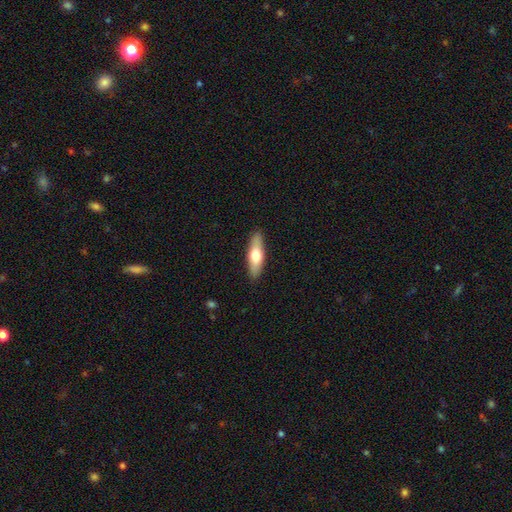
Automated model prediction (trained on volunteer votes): A smooth galaxy with no disk features (60%) that is cigar-shaped (54%).

Vote fractions:
- Smooth or featured? smooth: 60% / featured or disk: 35% / star or artifact: 5%
- How rounded? cigar-shaped: 54% / in between: 43% / round: 2%
- Merging? none: 89% / minor disturbance: 8% / major disturbance: 2% / merger: 1%